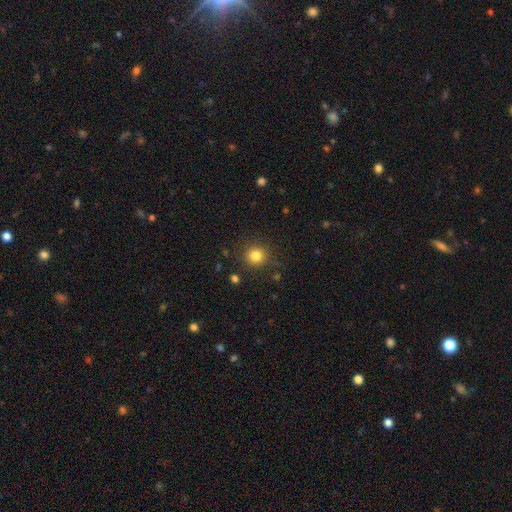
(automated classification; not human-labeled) smooth_or_featured: smooth (p=0.82) [alt: star or artifact p=0.12]
how_rounded: round (p=0.91) [alt: in between p=0.08]
merging: none (p=0.87) [alt: minor disturbance p=0.08]